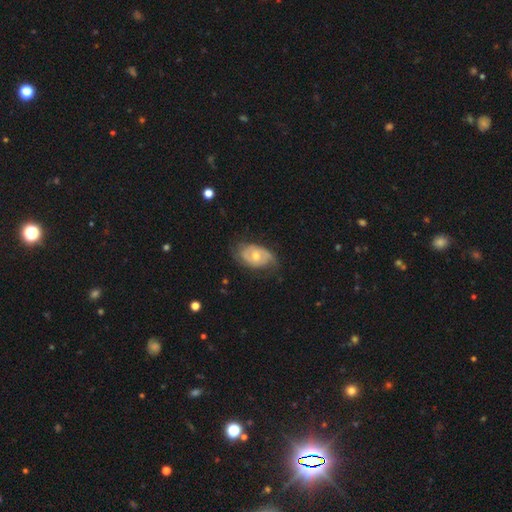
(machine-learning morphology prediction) Smooth or featured? Predicted: featured or disk (p=0.65). Edge-on disk? Predicted: no (p=0.95). Bar? Predicted: no (p=0.64). Spiral arms? Predicted: yes (p=0.74). Bulge size? Predicted: moderate (p=0.66). Merging? Predicted: none (p=0.61).